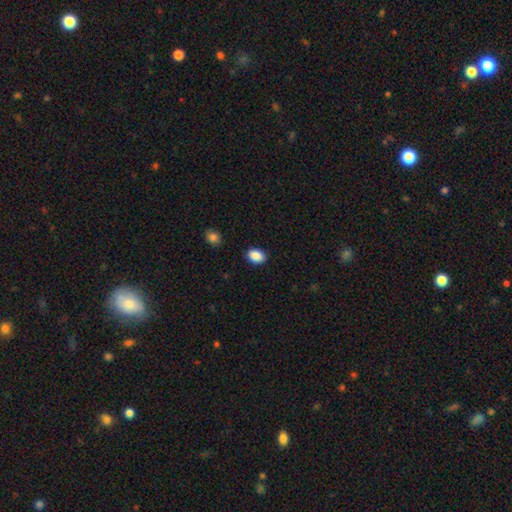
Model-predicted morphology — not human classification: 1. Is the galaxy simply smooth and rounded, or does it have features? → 89% smooth, 8% star or artifact, 3% featured or disk.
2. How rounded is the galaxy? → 75% in between, 24% round, 1% cigar-shaped.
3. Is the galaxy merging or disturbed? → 87% none, 10% minor disturbance, 2% major disturbance, 1% merger.